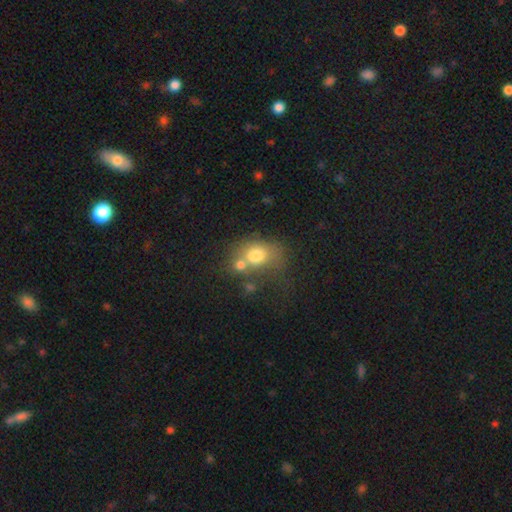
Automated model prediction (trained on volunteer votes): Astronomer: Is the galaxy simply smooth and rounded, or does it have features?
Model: smooth — 72%.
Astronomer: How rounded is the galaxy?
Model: in between — 55% (runner-up: round, 43%).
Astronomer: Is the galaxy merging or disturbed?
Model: merger — 46% (runner-up: none, 30%).